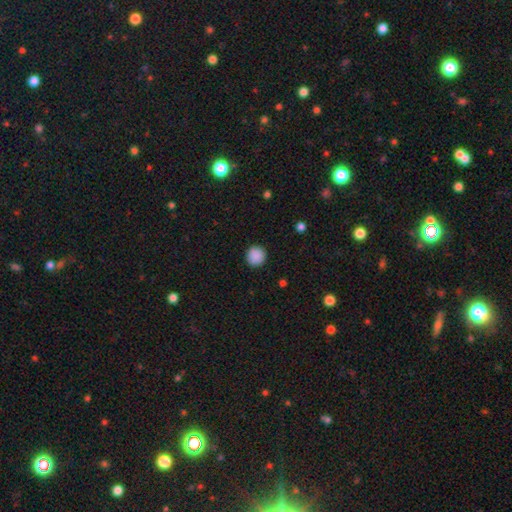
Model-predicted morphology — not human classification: This appears to be a smooth galaxy with no disk features (89%) that is round (94%). Merging: none (91%).